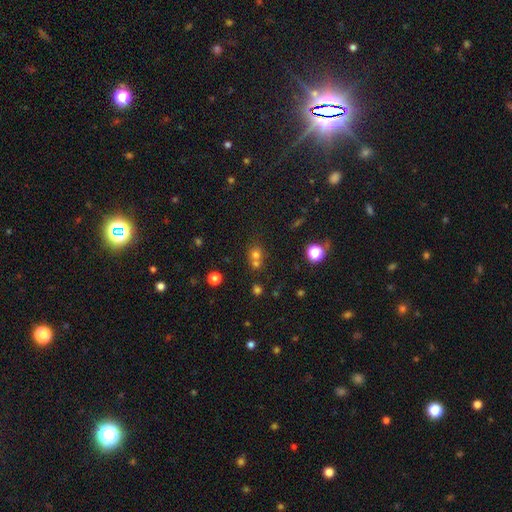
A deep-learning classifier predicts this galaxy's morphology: A smooth galaxy with no disk features (61%) that is round (82%). Merging: none (49%).